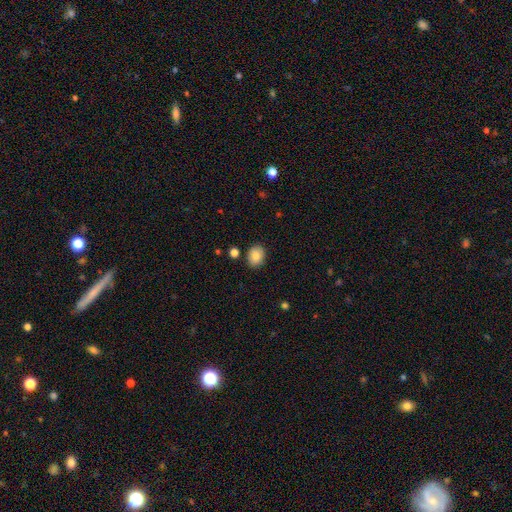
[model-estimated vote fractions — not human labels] A smooth galaxy with no disk features (86%) that is in between round and cigar-shaped (58%). Merging: none (85%).